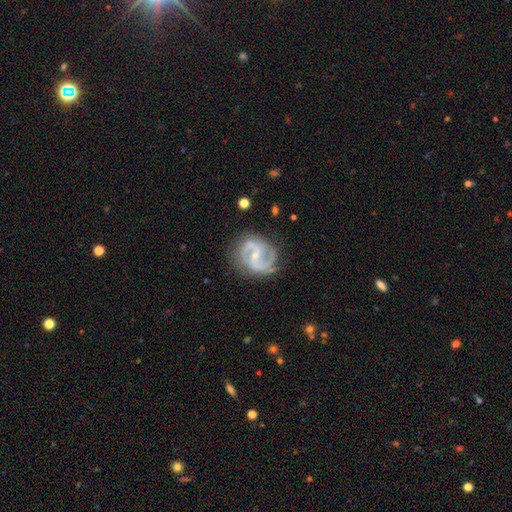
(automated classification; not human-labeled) Smooth or featured? Predicted: featured or disk (p=0.89). Edge-on disk? Predicted: no (p=0.98). Bar? Predicted: weak (p=0.44). Spiral arms? Predicted: yes (p=0.97). Spiral winding? Predicted: medium (p=0.55). Spiral arm count? Predicted: 2 (p=0.82). Bulge size? Predicted: small (p=0.68). Merging? Predicted: none (p=0.74).